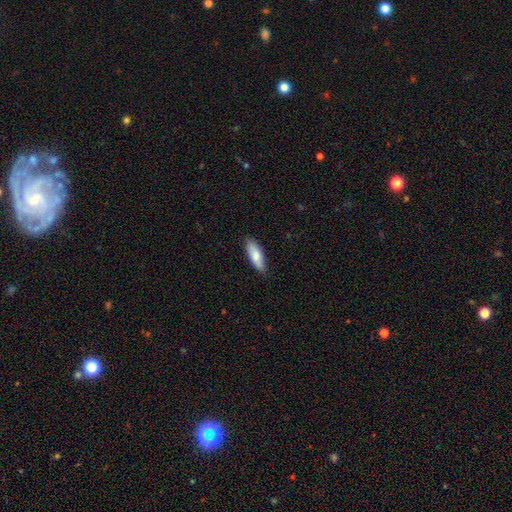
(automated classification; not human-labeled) Overall: smooth (79%). How rounded: in between (57%; cigar-shaped 42%). Merging: none (85%).